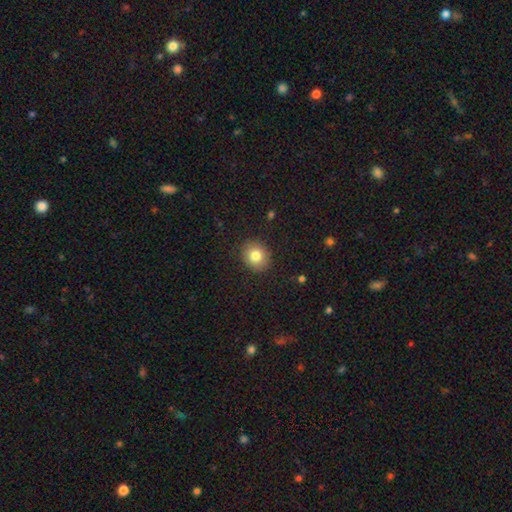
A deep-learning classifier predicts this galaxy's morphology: A smooth galaxy with no disk features (82%) that is round (72%).

Vote fractions:
- Smooth or featured? smooth: 82% / star or artifact: 9% / featured or disk: 9%
- How rounded? round: 72% / in between: 27% / cigar-shaped: 1%
- Merging? none: 89% / minor disturbance: 8% / major disturbance: 2% / merger: 1%